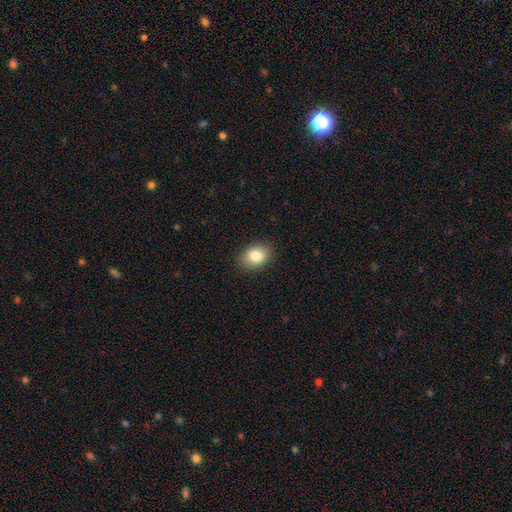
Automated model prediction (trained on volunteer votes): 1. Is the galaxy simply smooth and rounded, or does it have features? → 85% smooth, 8% star or artifact, 7% featured or disk.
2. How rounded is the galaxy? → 72% in between, 27% round, 1% cigar-shaped.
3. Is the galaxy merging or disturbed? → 87% none, 9% minor disturbance, 2% major disturbance, 1% merger.